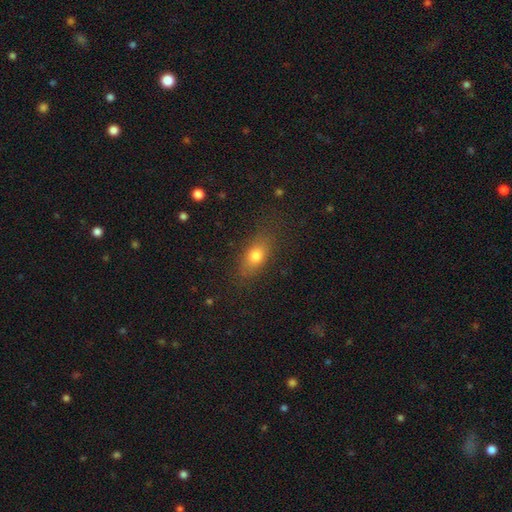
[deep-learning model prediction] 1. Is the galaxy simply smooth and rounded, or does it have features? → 76% smooth, 14% featured or disk, 10% star or artifact.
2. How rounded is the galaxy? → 74% in between, 14% round, 12% cigar-shaped.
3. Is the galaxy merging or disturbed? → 78% none, 15% minor disturbance, 6% major disturbance, 1% merger.